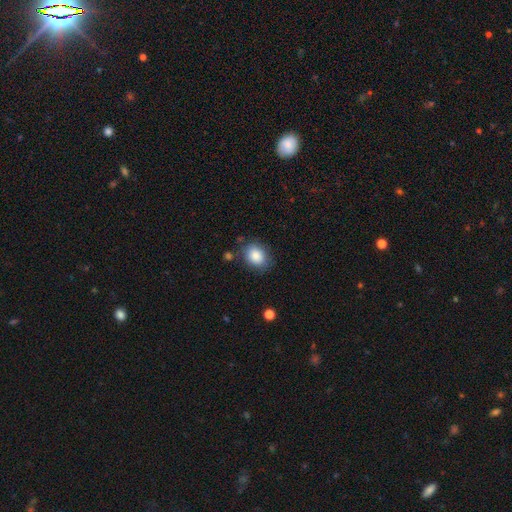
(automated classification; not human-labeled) Smooth or featured? Predicted: smooth (p=0.84). How rounded? Predicted: in between (p=0.50). Merging? Predicted: none (p=0.78).